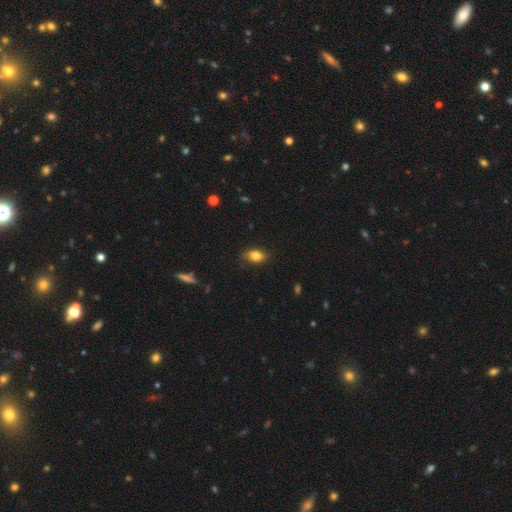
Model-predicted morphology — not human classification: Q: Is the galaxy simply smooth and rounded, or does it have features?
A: smooth — 82%.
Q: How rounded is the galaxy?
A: in between — 84%.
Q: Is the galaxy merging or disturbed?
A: none — 81%.